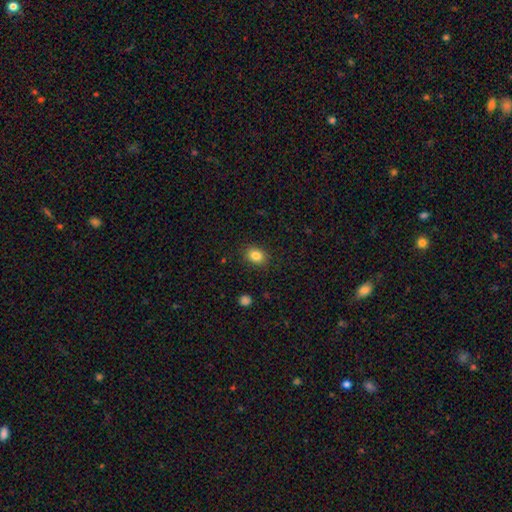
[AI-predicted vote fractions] Smooth or featured? Predicted: smooth (p=0.84). How rounded? Predicted: in between (p=0.59). Merging? Predicted: none (p=0.87).